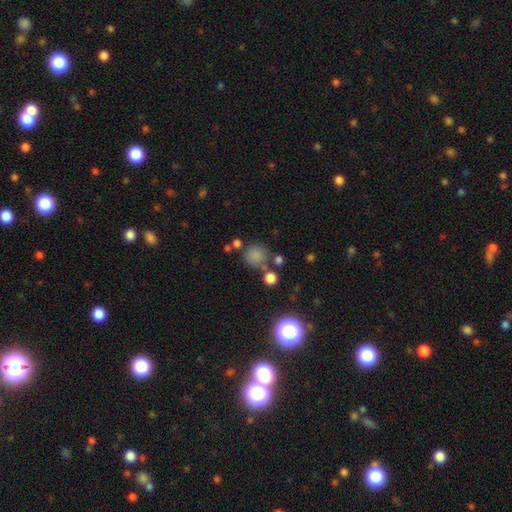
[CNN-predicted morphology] Smooth or featured?
  - smooth: 78% *
  - star or artifact: 15%
  - featured or disk: 7%
How rounded?
  - round: 89% *
  - in between: 10%
  - cigar-shaped: 1%
Merging?
  - none: 67% *
  - merger: 14%
  - minor disturbance: 13%
  - major disturbance: 6%